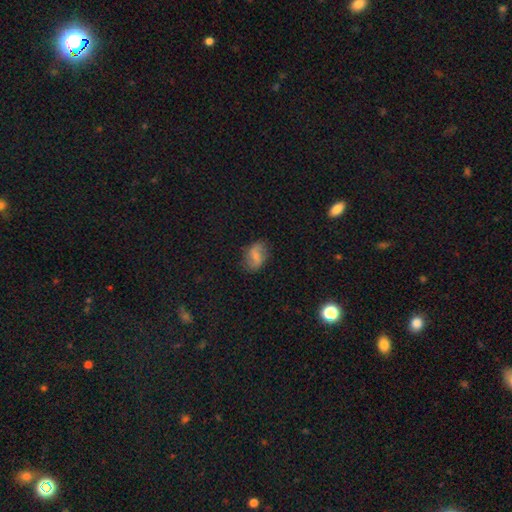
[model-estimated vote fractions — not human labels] The model was most divided on "smooth or featured": smooth: 49%, featured or disk: 42%, star or artifact: 9%. More confident: merging — none (76%).